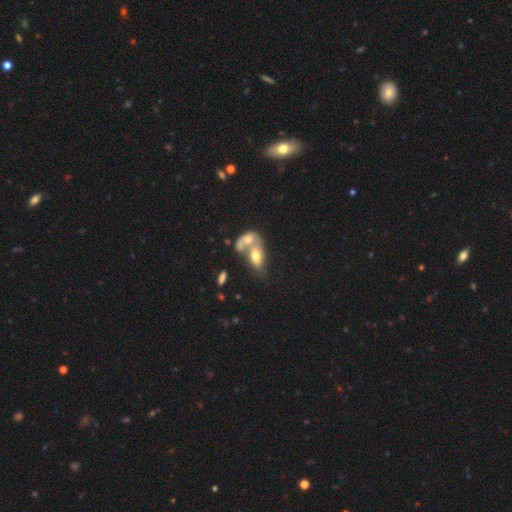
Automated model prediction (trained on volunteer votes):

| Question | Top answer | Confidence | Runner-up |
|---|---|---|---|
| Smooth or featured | smooth | 59% | featured or disk (32%) |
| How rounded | in between | 84% | round (12%) |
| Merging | merger | 76% | none (13%) |